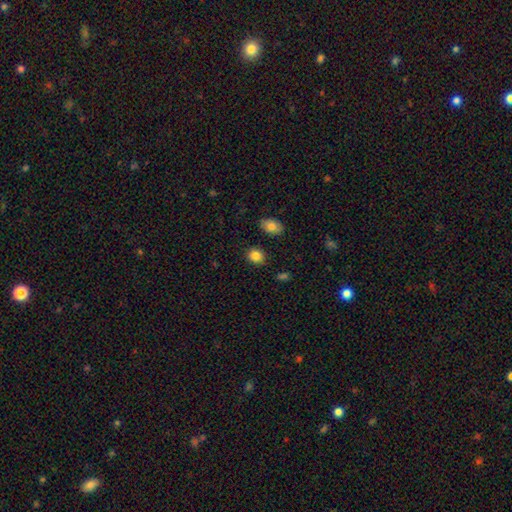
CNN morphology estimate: Smooth or featured: smooth — 85% (star or artifact — 10%)
How rounded: round — 63% (in between — 36%)
Merging: none — 86% (minor disturbance — 9%)